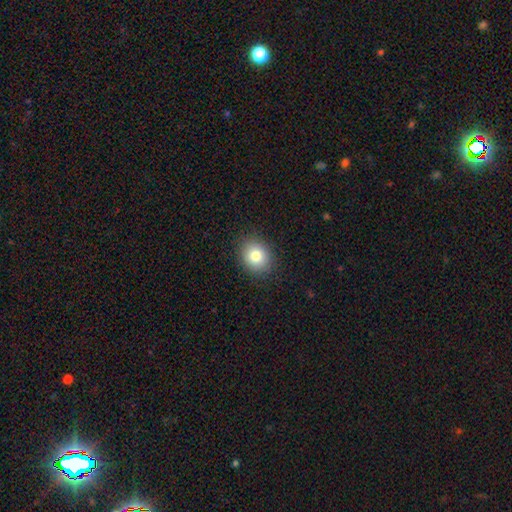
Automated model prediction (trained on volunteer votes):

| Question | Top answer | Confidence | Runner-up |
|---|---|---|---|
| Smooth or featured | smooth | 81% | star or artifact (10%) |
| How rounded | round | 67% | in between (32%) |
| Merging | none | 89% | minor disturbance (8%) |